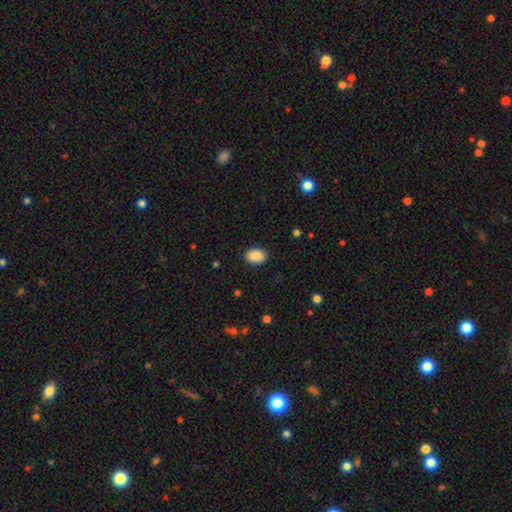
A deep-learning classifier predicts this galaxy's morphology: Smooth or featured? smooth (90%)
How rounded? in between (78%)
Merging? none (89%)